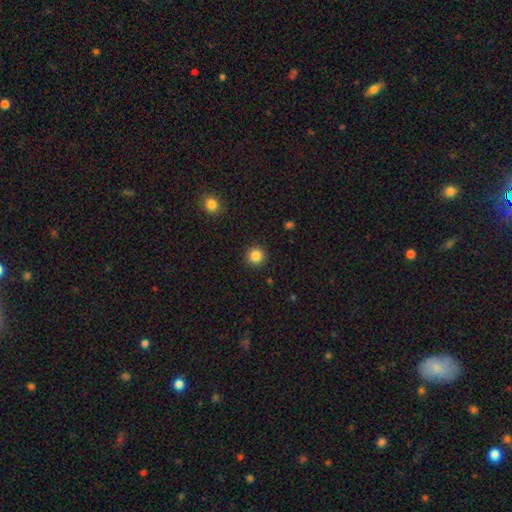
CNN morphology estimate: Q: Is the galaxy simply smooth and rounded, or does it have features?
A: smooth — 85%.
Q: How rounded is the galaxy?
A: round — 95%.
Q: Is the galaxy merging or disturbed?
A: none — 92%.